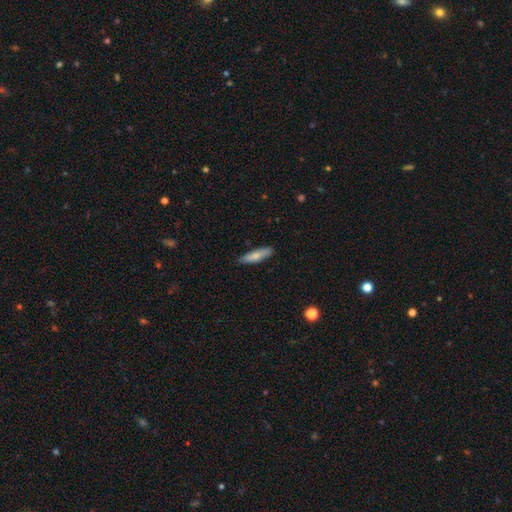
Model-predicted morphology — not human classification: smooth-or-featured: smooth: 76% | featured or disk: 19% | star or artifact: 6%
  how-rounded: cigar-shaped: 70% | in between: 29% | round: 2%
  merging: none: 86% | minor disturbance: 11% | major disturbance: 2% | merger: 1%